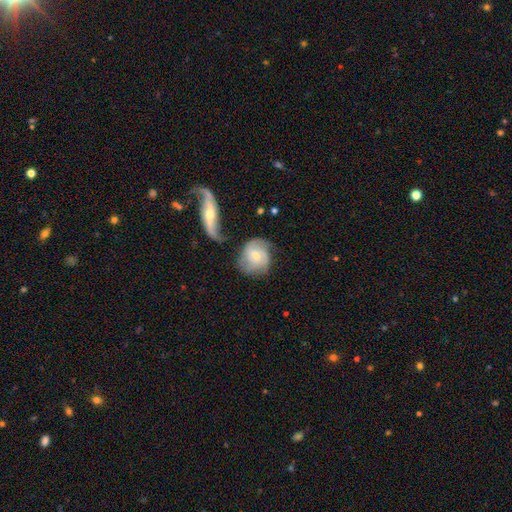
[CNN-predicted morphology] A featured or disk galaxy (56%) with no bar (50%), spiral arms (85%) and a small central bulge (60%).

Vote fractions:
- Smooth or featured? featured or disk: 56% / smooth: 37% / star or artifact: 7%
- Edge-on disk? no: 96% / yes: 4%
- Bar? no: 50% / weak: 41% / strong: 9%
- Spiral arms? yes: 85% / no: 15%
- Bulge size? small: 60% / moderate: 33% / none: 3% / large: 2% / dominant: 1%
- Merging? none: 48% / minor disturbance: 21% / merger: 17% / major disturbance: 14%